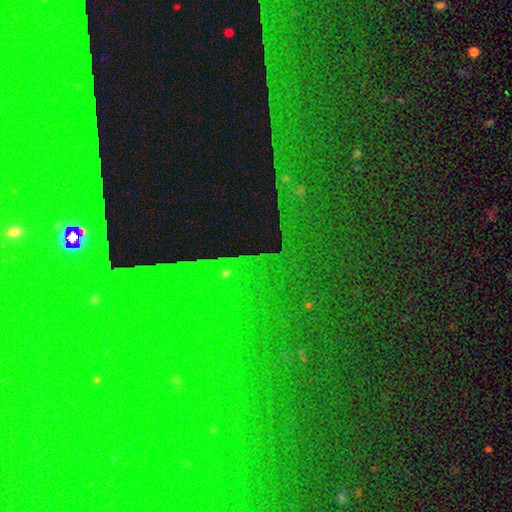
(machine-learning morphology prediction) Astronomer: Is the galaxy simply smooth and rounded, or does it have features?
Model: star or artifact — 81%.